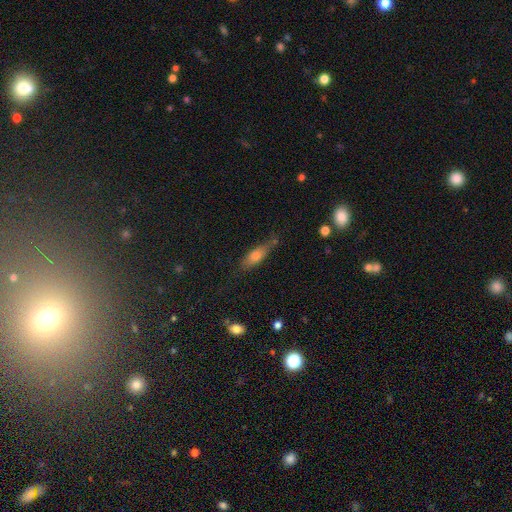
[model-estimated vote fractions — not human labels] This appears to be a smooth galaxy with no disk features (61%) that is cigar-shaped (53%). Merging: none (65%).